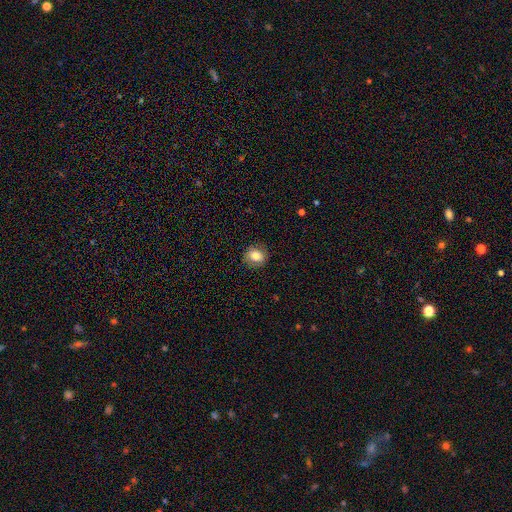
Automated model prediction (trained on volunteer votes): Smooth or featured: smooth — 79% (featured or disk — 12%)
How rounded: round — 74% (in between — 25%)
Merging: none — 85% (minor disturbance — 11%)